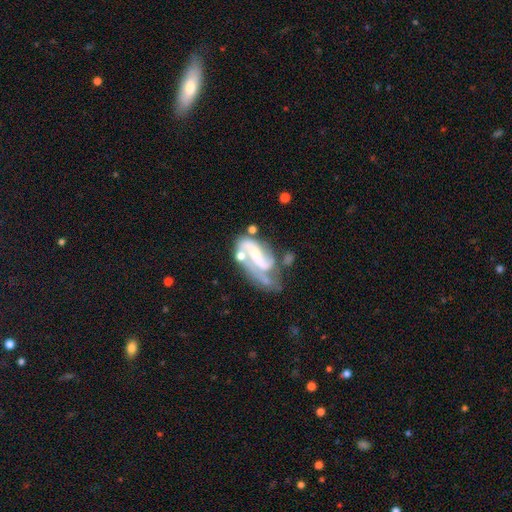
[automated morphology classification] Q: Smooth or featured?
A: featured or disk (82%); runner-up: smooth (11%)
Q: Edge-on disk?
A: no (96%); runner-up: yes (4%)
Q: Bar?
A: weak (38%); runner-up: no (34%)
Q: Spiral arms?
A: yes (90%); runner-up: no (10%)
Q: Spiral winding?
A: medium (44%); runner-up: tight (28%)
Q: Spiral arm count?
A: 2 (60%); runner-up: 1 (23%)
Q: Bulge size?
A: small (40%); runner-up: moderate (34%)
Q: Merging?
A: none (32%); runner-up: major disturbance (30%)